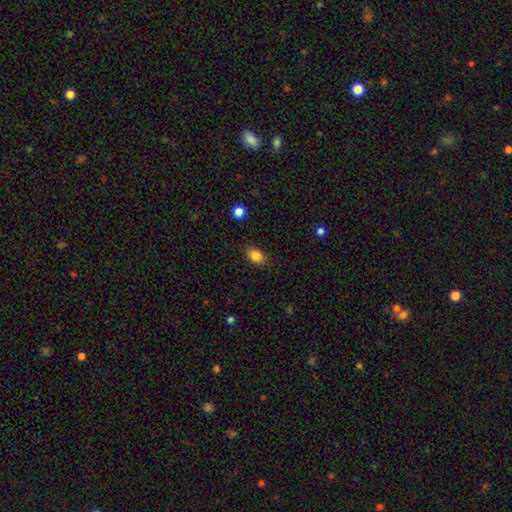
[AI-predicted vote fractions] A smooth galaxy with no disk features (85%) that is in between round and cigar-shaped (83%).

Vote fractions:
- Smooth or featured? smooth: 85% / star or artifact: 9% / featured or disk: 6%
- How rounded? in between: 83% / round: 16% / cigar-shaped: 2%
- Merging? none: 85% / minor disturbance: 11% / major disturbance: 3% / merger: 1%